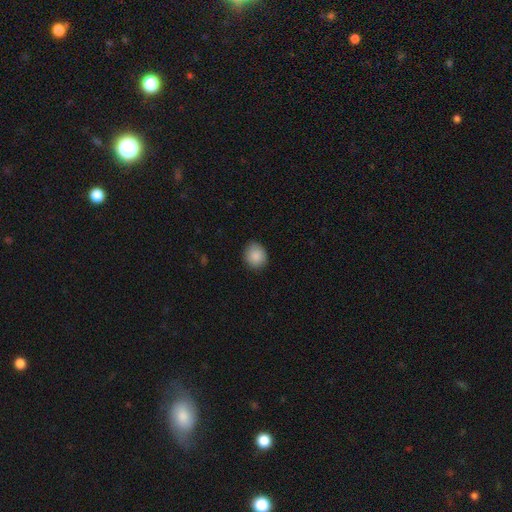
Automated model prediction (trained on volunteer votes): Q: Smooth or featured?
A: smooth (88%); runner-up: star or artifact (8%)
Q: How rounded?
A: round (75%); runner-up: in between (24%)
Q: Merging?
A: none (86%); runner-up: minor disturbance (11%)